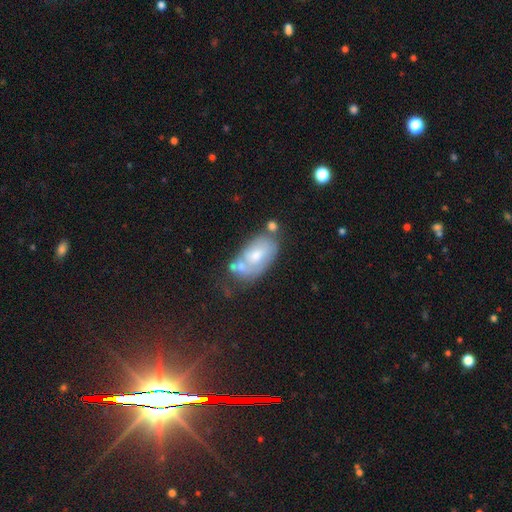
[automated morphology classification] smooth_or_featured: smooth (p=0.49) [alt: featured or disk p=0.43]
merging: none (p=0.42) [alt: minor disturbance p=0.25]